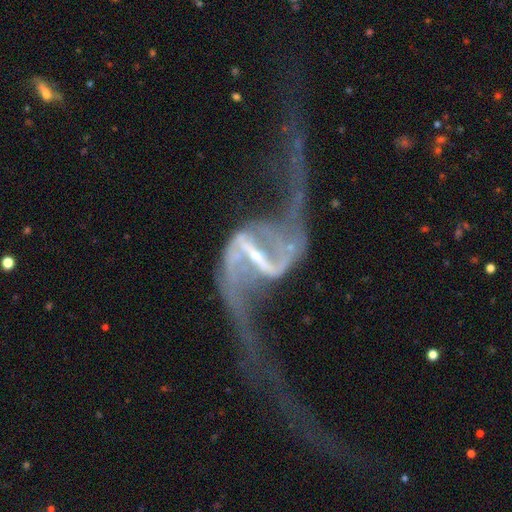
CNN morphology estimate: Smooth or featured: featured or disk — 93% (star or artifact — 4%)
Edge-on disk: no — 96% (yes — 4%)
Bar: strong — 74% (weak — 19%)
Spiral arms: yes — 95% (no — 5%)
Spiral winding: loose — 86% (medium — 10%)
Spiral arm count: 2 — 94% (1 — 2%)
Bulge size: small — 72% (moderate — 19%)
Merging: none — 42% (major disturbance — 35%)